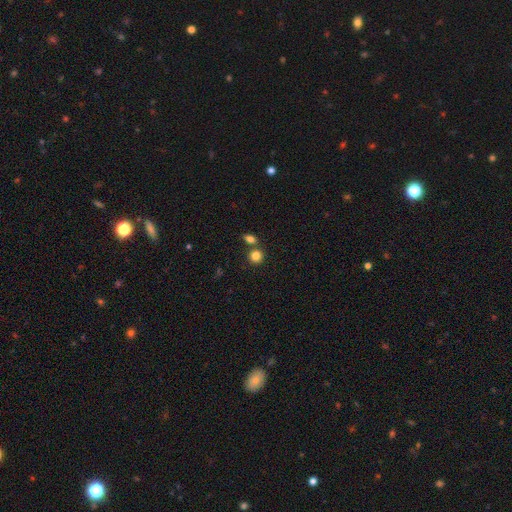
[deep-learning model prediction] A smooth galaxy with no disk features (83%) that is round (83%). Merging: none (66%).